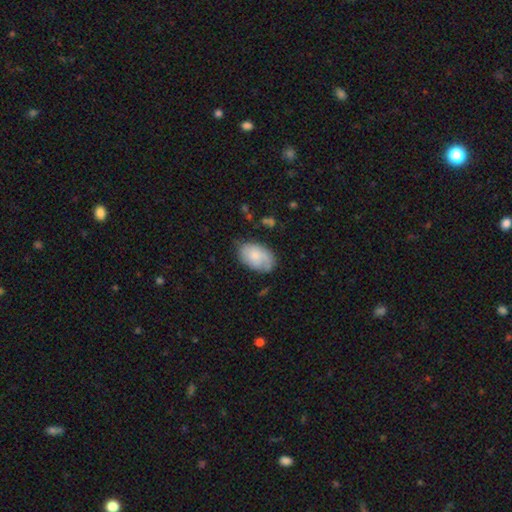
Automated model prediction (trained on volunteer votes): smooth 66%, featured or disk 28%, star or artifact 6%. Down the decision tree: how rounded — in between (90%); merging — none (66%).